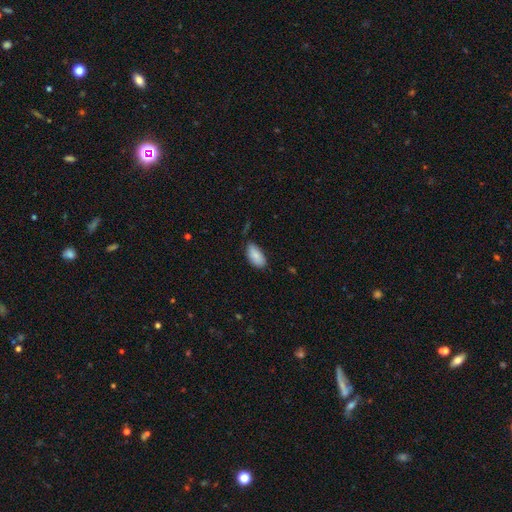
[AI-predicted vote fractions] Q: Smooth or featured?
A: smooth (85%); runner-up: featured or disk (8%)
Q: How rounded?
A: in between (94%); runner-up: cigar-shaped (4%)
Q: Merging?
A: none (71%); runner-up: minor disturbance (24%)